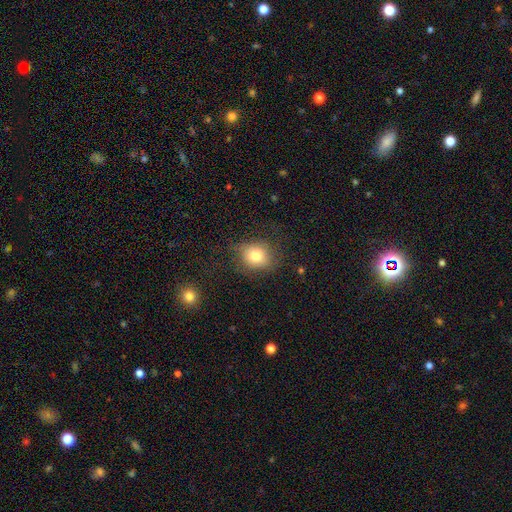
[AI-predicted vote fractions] Q: Smooth or featured?
A: smooth (77%); runner-up: featured or disk (12%)
Q: How rounded?
A: round (69%); runner-up: in between (29%)
Q: Merging?
A: none (72%); runner-up: minor disturbance (18%)